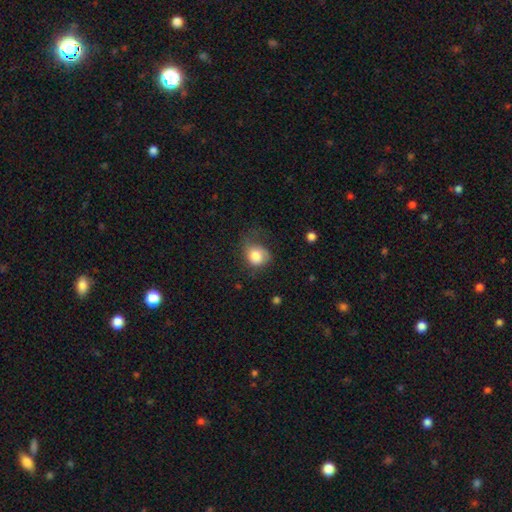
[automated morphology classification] A smooth galaxy with no disk features (75%) that is round (62%).

Vote fractions:
- Smooth or featured? smooth: 75% / featured or disk: 17% / star or artifact: 8%
- How rounded? round: 62% / in between: 37% / cigar-shaped: 1%
- Merging? none: 35% / minor disturbance: 32% / major disturbance: 31% / merger: 2%